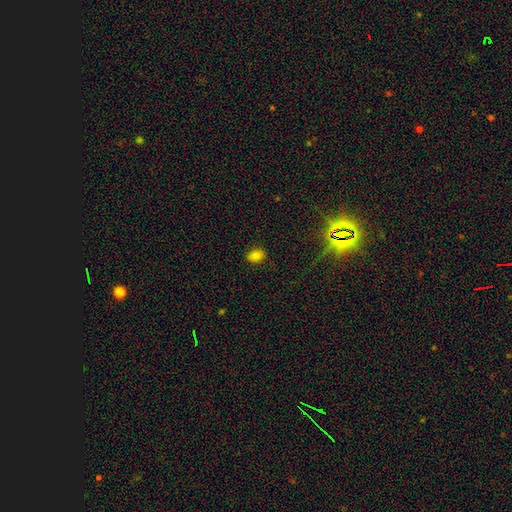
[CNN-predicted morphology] Q: Smooth or featured?
A: smooth (78%); runner-up: star or artifact (14%)
Q: How rounded?
A: in between (68%); runner-up: round (30%)
Q: Merging?
A: none (86%); runner-up: minor disturbance (10%)